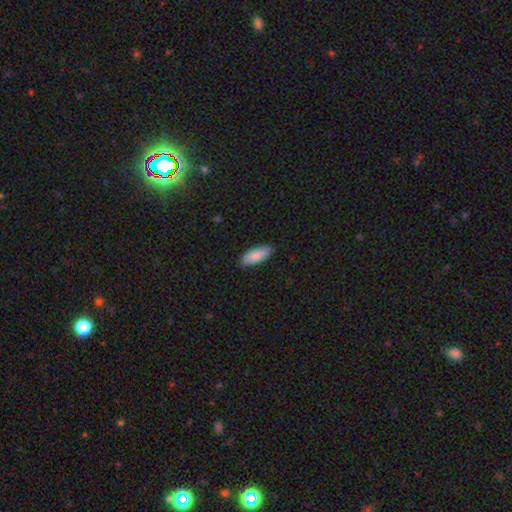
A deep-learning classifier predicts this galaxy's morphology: The model was most divided on "how rounded": in between: 74%, cigar-shaped: 24%, round: 2%. More confident: merging — none (87%); smooth or featured — smooth (86%).